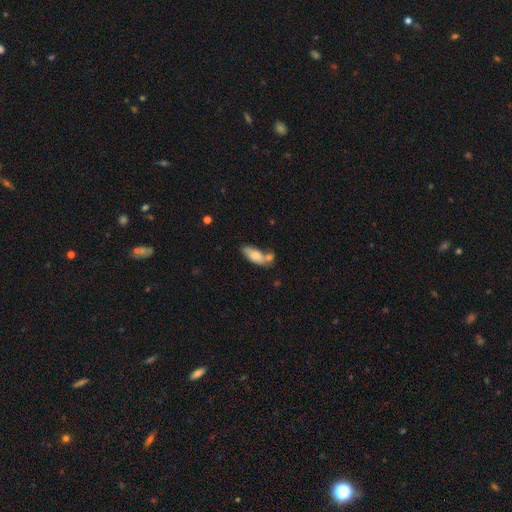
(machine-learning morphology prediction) The model was most divided on "merging": none: 47%, merger: 31%, minor disturbance: 17%, major disturbance: 5%. More confident: how rounded — in between (78%); smooth or featured — smooth (74%).